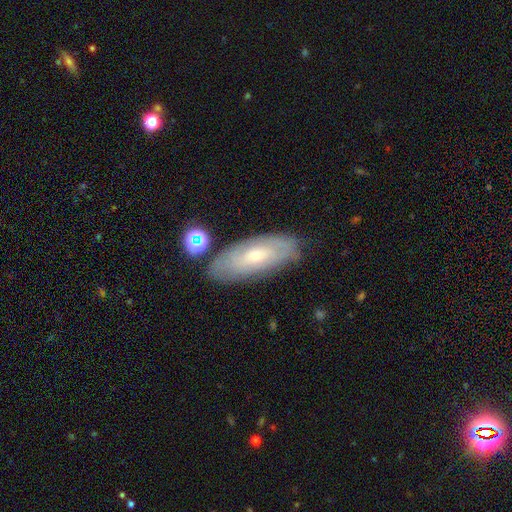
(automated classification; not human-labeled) Smooth or featured?
  - featured or disk: 57% *
  - smooth: 36%
  - star or artifact: 8%
Edge-on disk?
  - no: 83% *
  - yes: 17%
Merging?
  - none: 79% *
  - minor disturbance: 14%
  - merger: 4%
  - major disturbance: 3%